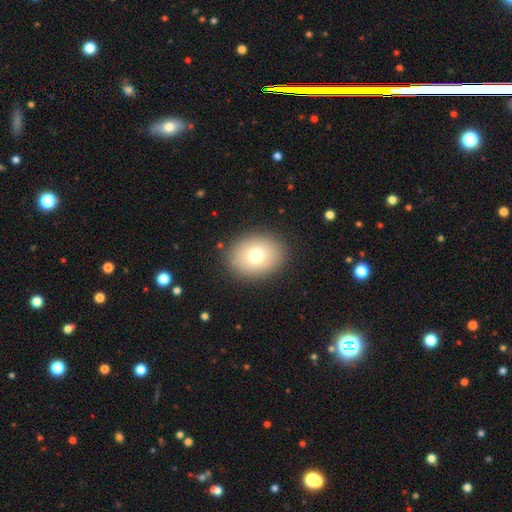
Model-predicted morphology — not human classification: Overall: smooth (74%). How rounded: in between (54%; round 45%). Merging: none (89%).